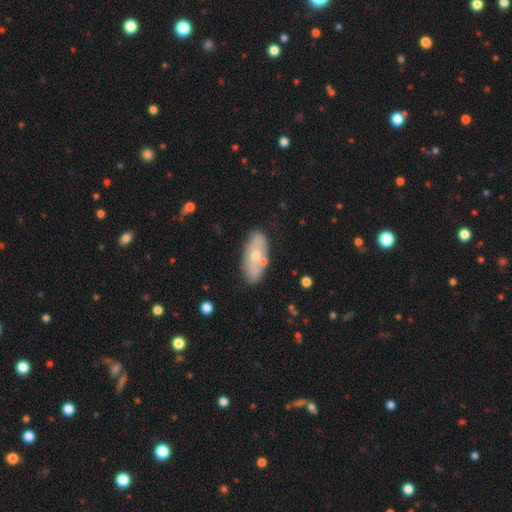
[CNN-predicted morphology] smooth 49%, featured or disk 44%, star or artifact 7%. Down the decision tree: merging — none (74%).